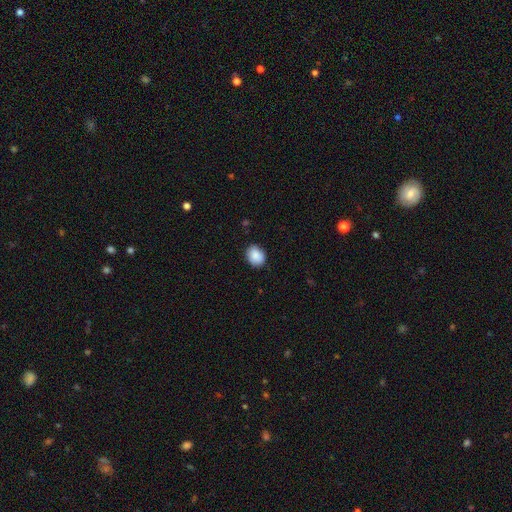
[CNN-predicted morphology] smooth_or_featured: smooth (p=0.88) [alt: star or artifact p=0.07]
how_rounded: round (p=0.50) [alt: in between p=0.49]
merging: none (p=0.83) [alt: minor disturbance p=0.14]